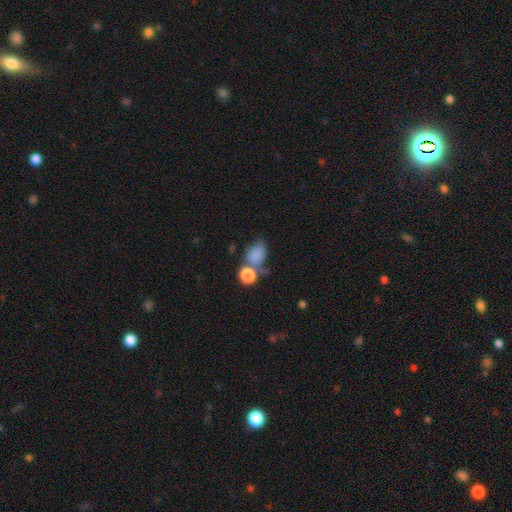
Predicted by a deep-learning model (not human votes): Overall: smooth (80%). How rounded: in between (72%). Merging: none (37%; merger 34%).